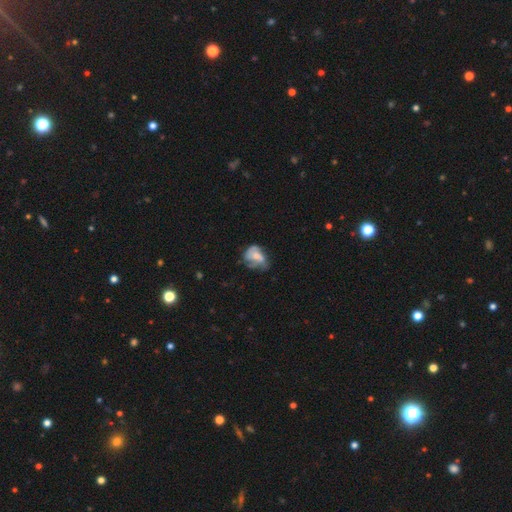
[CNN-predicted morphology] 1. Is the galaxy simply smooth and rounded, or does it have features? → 48% featured or disk, 43% smooth, 9% star or artifact.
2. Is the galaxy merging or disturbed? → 33% major disturbance (tied), 33% none (tied), 29% minor disturbance, 5% merger.